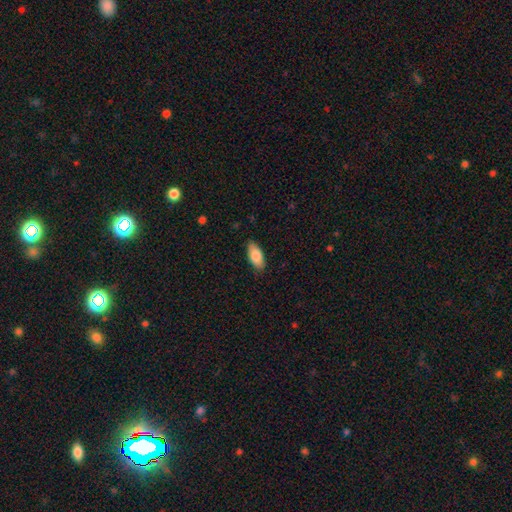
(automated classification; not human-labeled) A smooth galaxy with no disk features (84%) that is in between round and cigar-shaped (89%). Merging: none (86%).